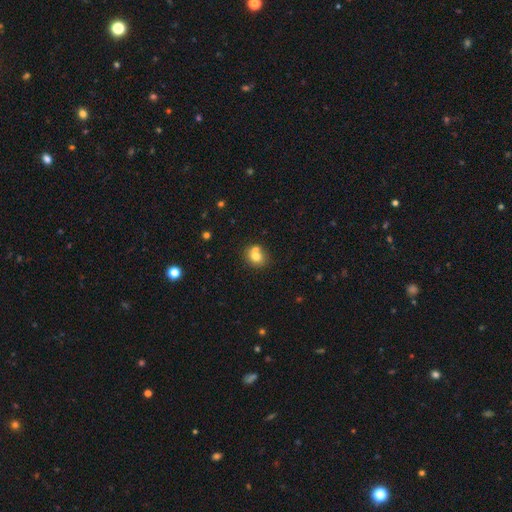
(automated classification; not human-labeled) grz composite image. It shows a smooth galaxy with no disk features (73%) that is round (70%). Merging: none (46%).